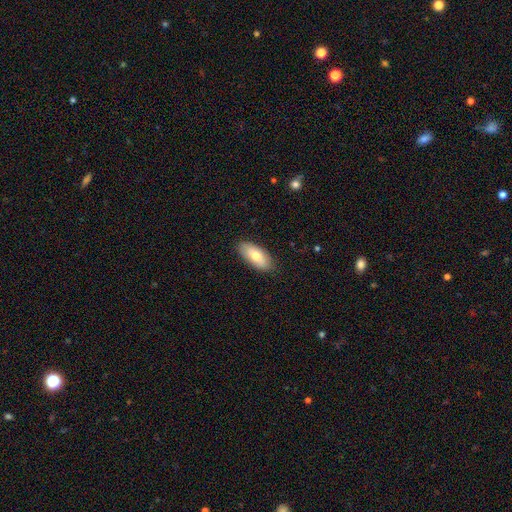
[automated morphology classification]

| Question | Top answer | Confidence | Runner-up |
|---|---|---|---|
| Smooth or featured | smooth | 74% | featured or disk (20%) |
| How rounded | in between | 87% | cigar-shaped (10%) |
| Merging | none | 86% | minor disturbance (11%) |